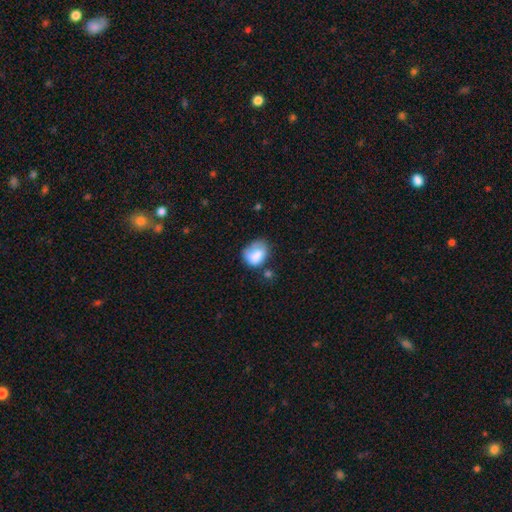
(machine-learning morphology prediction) type=smooth (76%); roundness=in between (55%); merging=none (39%).